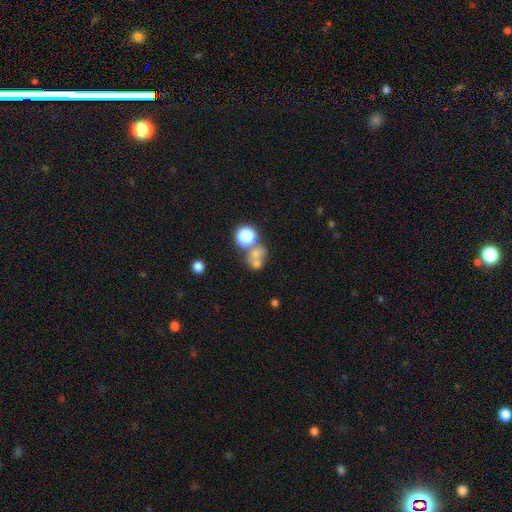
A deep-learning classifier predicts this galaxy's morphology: Smooth or featured? Predicted: smooth (p=0.62). How rounded? Predicted: round (p=0.68). Merging? Predicted: merger (p=0.51).